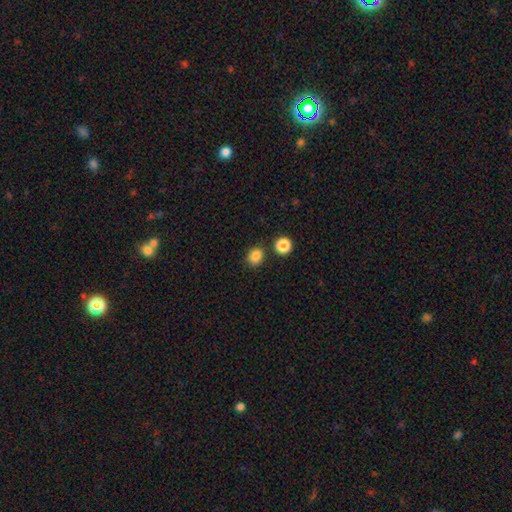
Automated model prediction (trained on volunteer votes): The model was most divided on "how rounded": round: 63%, in between: 36%, cigar-shaped: 1%. More confident: smooth or featured — smooth (85%); merging — none (81%).